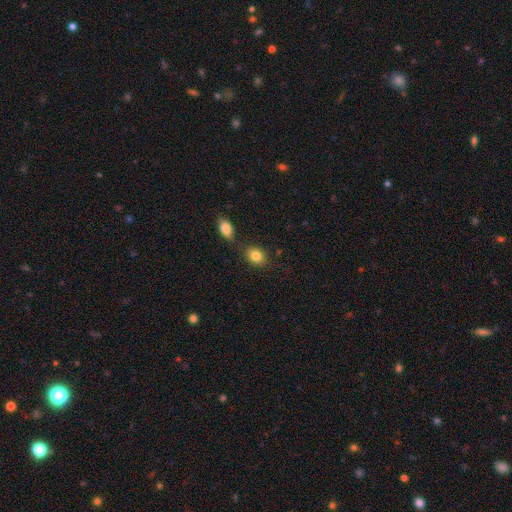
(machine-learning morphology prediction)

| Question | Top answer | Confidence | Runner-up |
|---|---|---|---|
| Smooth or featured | smooth | 83% | star or artifact (9%) |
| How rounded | in between | 63% | round (36%) |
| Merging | none | 68% | merger (15%) |